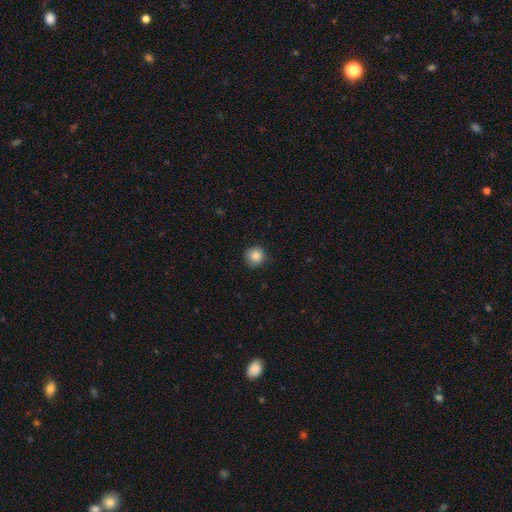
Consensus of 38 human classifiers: Volunteers were most divided on "how rounded": round: 88%, in between: 12%, cigar-shaped: 0%. More confident: merging — none (88%); smooth or featured — smooth (87%).